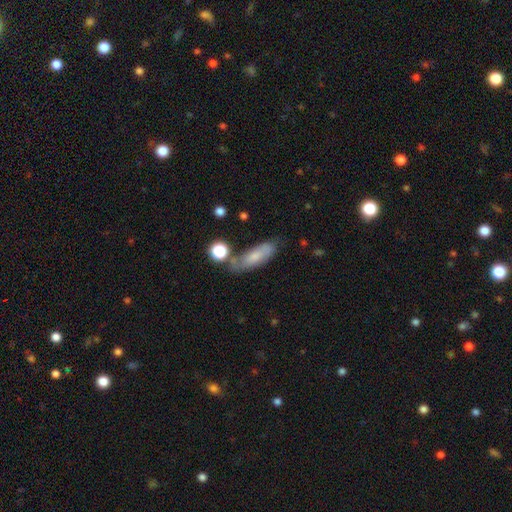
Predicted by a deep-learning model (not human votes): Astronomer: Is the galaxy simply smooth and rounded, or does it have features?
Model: smooth — 66%.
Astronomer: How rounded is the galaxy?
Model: in between — 59% (runner-up: cigar-shaped, 38%).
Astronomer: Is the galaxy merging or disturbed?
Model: none — 59%.